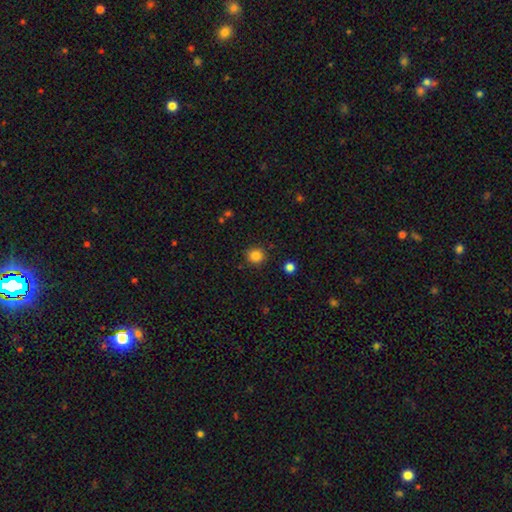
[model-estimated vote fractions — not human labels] Smooth or featured? Predicted: smooth (p=0.84). How rounded? Predicted: round (p=0.90). Merging? Predicted: none (p=0.89).